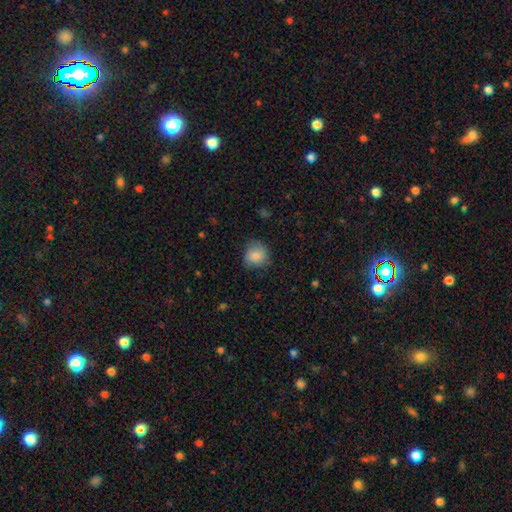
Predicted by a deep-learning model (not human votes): smooth 83%, star or artifact 9%, featured or disk 8%. Down the decision tree: how rounded — round (83%); merging — none (75%).